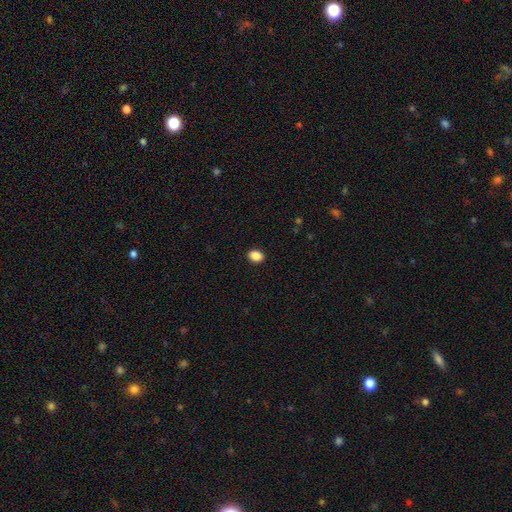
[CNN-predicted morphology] smooth_or_featured: smooth (p=0.88) [alt: star or artifact p=0.09]
how_rounded: in between (p=0.64) [alt: round p=0.35]
merging: none (p=0.91) [alt: minor disturbance p=0.06]